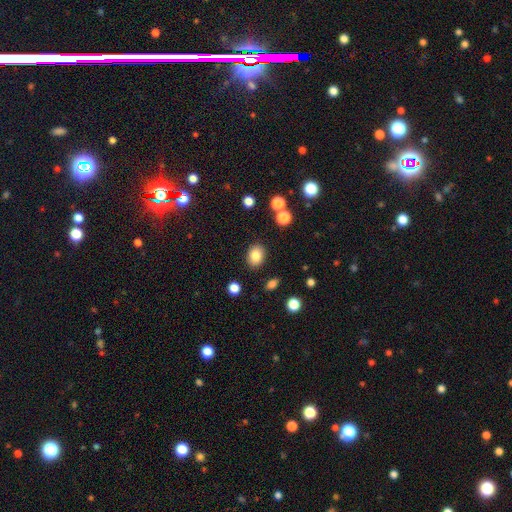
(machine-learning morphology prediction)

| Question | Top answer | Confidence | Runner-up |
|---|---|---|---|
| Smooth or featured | smooth | 84% | star or artifact (9%) |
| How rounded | in between | 60% | round (39%) |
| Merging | none | 87% | minor disturbance (8%) |